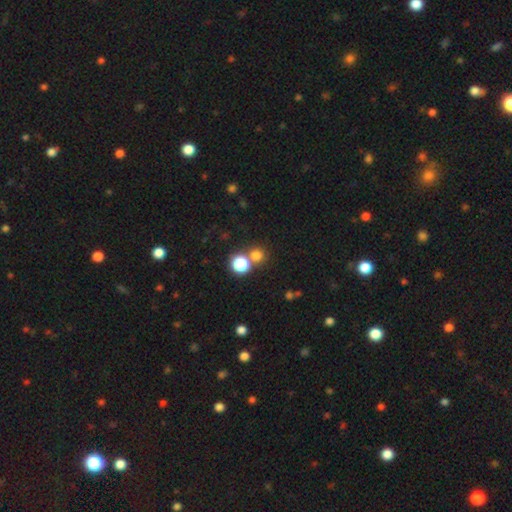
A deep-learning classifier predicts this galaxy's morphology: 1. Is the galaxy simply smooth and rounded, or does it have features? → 73% smooth, 20% star or artifact, 6% featured or disk.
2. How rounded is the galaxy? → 90% round, 9% in between, 1% cigar-shaped.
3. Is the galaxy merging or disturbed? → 66% none, 25% merger, 6% minor disturbance, 3% major disturbance.